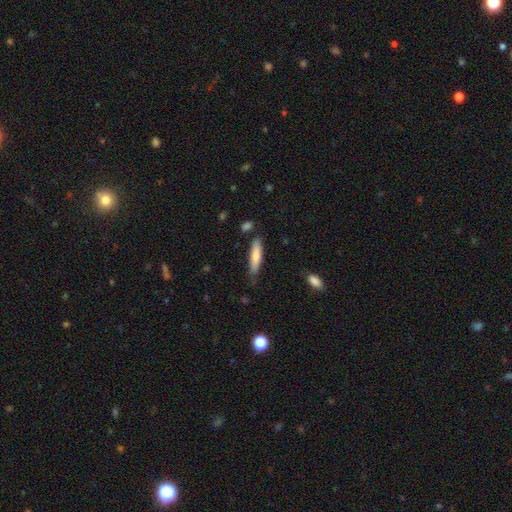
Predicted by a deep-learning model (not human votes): This is likely a smooth galaxy (76%). How rounded: clearly cigar-shaped (80%). Merging: likely none (76%).